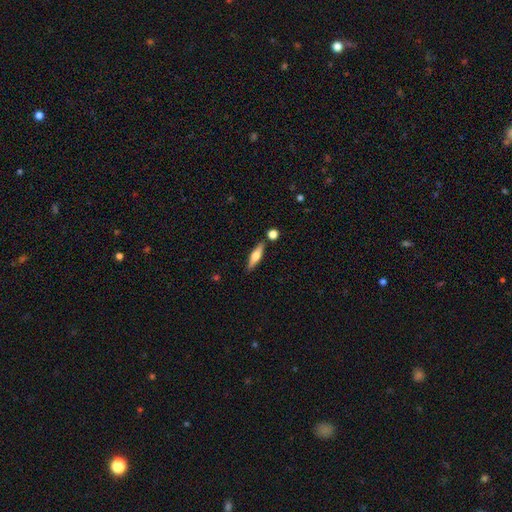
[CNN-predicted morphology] Overall: smooth (50%; featured or disk 44%). Merging: none (82%).